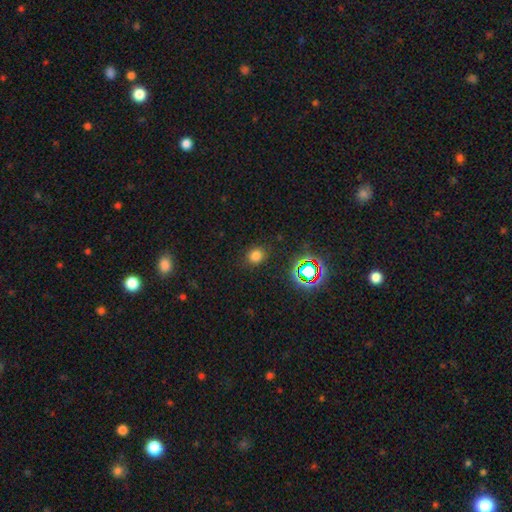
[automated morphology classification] Smooth or featured? smooth (74%)
How rounded? round (74%)
Merging? none (87%)